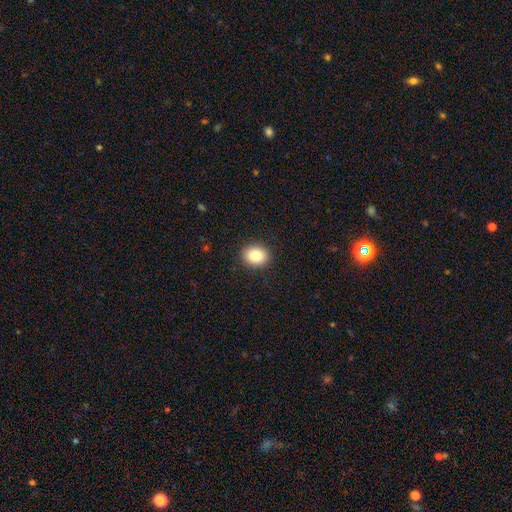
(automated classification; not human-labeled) Smooth or featured?
  - smooth: 83% *
  - star or artifact: 9%
  - featured or disk: 8%
How rounded?
  - round: 61% *
  - in between: 38%
  - cigar-shaped: 1%
Merging?
  - none: 91% *
  - minor disturbance: 6%
  - major disturbance: 2%
  - merger: 1%